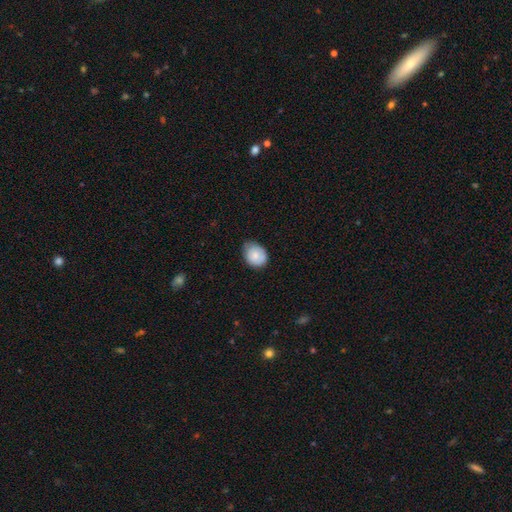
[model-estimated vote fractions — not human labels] This is likely a smooth galaxy (78%). How rounded: possibly round (50%). Merging: likely none (60%).